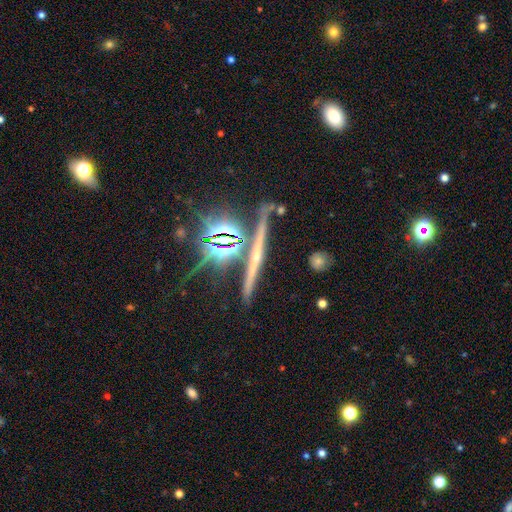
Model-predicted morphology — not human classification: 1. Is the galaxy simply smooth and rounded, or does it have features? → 53% featured or disk, 31% star or artifact, 15% smooth.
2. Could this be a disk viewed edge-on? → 95% yes, 5% no.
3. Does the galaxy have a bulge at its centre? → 53% rounded, 37% none, 10% boxy.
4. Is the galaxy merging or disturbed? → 81% none, 9% minor disturbance, 6% merger, 3% major disturbance.